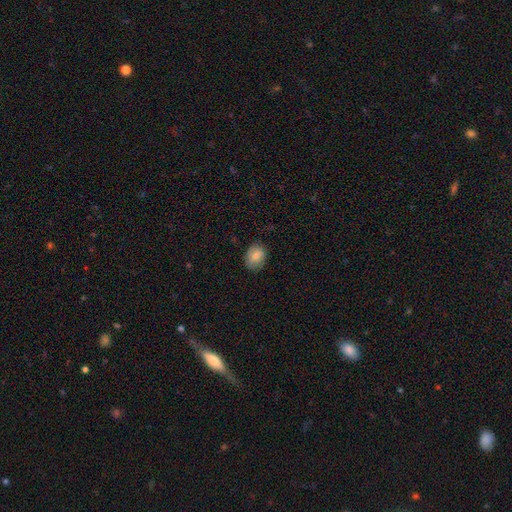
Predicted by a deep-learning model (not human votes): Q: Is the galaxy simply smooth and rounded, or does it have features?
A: smooth — 80%.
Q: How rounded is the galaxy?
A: in between — 53%.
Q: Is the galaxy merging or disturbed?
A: none — 82%.